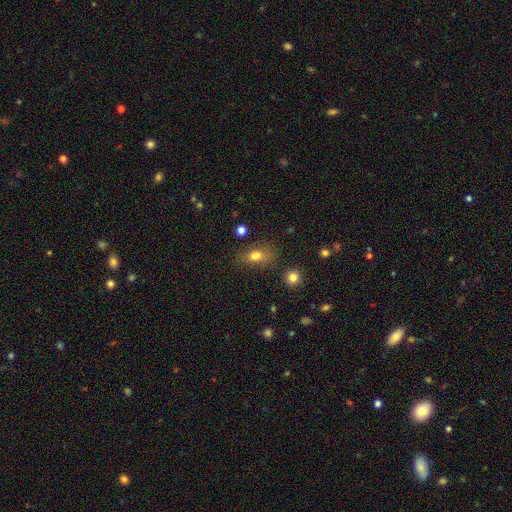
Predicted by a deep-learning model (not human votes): Smooth or featured? smooth (78%)
How rounded? in between (80%)
Merging? none (64%)